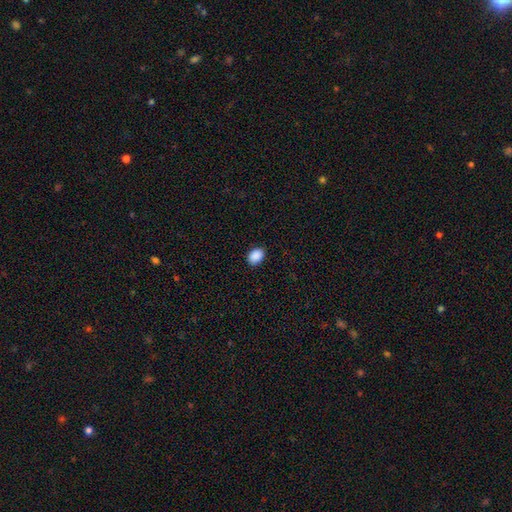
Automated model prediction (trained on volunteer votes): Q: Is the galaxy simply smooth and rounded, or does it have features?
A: smooth — 90%.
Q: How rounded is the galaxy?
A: in between — 73%.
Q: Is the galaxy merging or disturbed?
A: none — 89%.